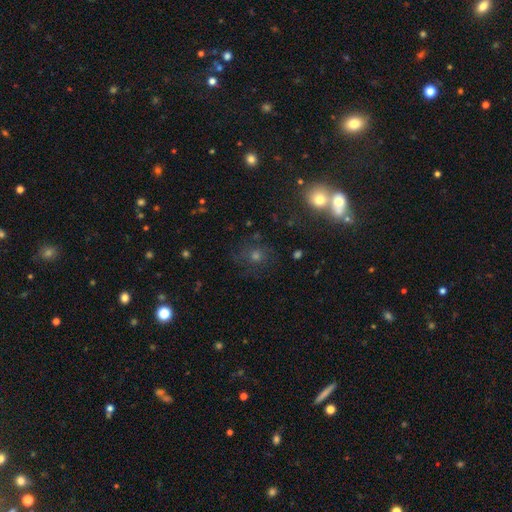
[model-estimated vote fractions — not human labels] Smooth or featured? smooth (45%)
Merging? none (72%)